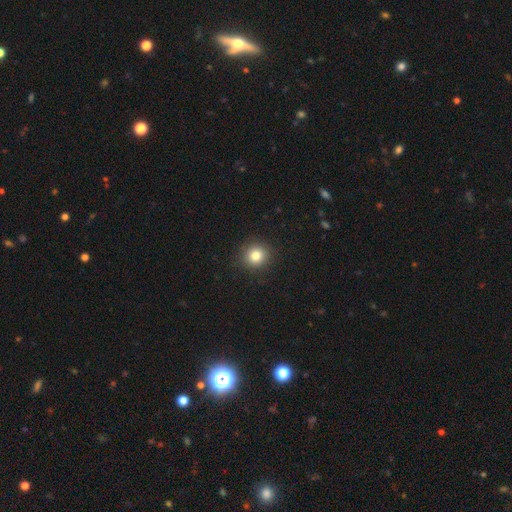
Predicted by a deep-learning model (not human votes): Smooth or featured? smooth (81%)
How rounded? round (92%)
Merging? none (91%)